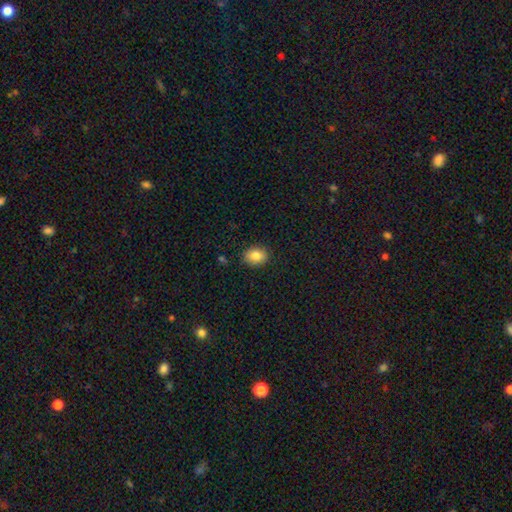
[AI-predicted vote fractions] The model was most divided on "how rounded": in between: 60%, round: 39%, cigar-shaped: 1%. More confident: merging — none (88%); smooth or featured — smooth (85%).